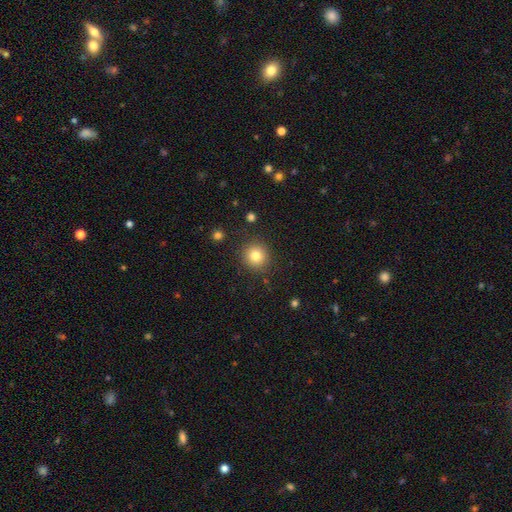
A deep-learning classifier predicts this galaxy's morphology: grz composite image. It shows a smooth galaxy with no disk features (80%) that is round (93%). Merging: none (89%).